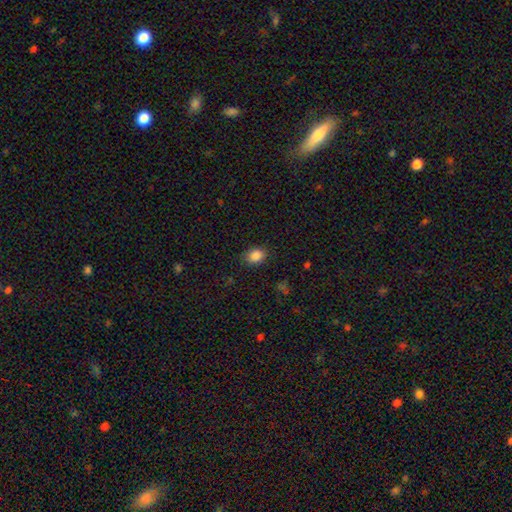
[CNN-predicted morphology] Smooth or featured? smooth (86%)
How rounded? in between (53%)
Merging? none (84%)